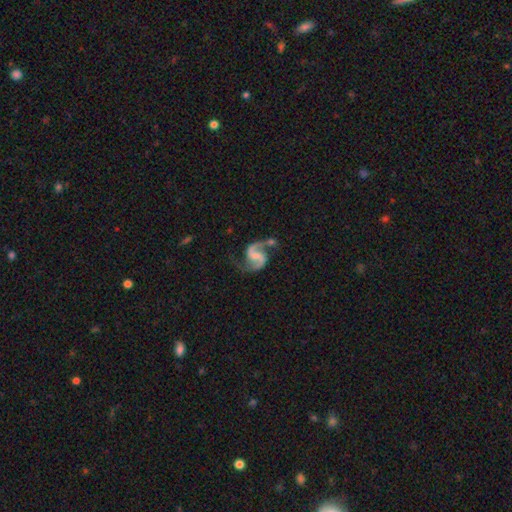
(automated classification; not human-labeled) Q: Smooth or featured?
A: featured or disk (92%); runner-up: star or artifact (4%)
Q: Edge-on disk?
A: no (98%); runner-up: yes (2%)
Q: Bar?
A: weak (48%); runner-up: no (29%)
Q: Spiral arms?
A: yes (98%); runner-up: no (2%)
Q: Spiral winding?
A: medium (51%); runner-up: loose (39%)
Q: Spiral arm count?
A: 2 (94%); runner-up: 1 (2%)
Q: Bulge size?
A: small (40%); runner-up: none (37%)
Q: Merging?
A: none (61%); runner-up: minor disturbance (18%)